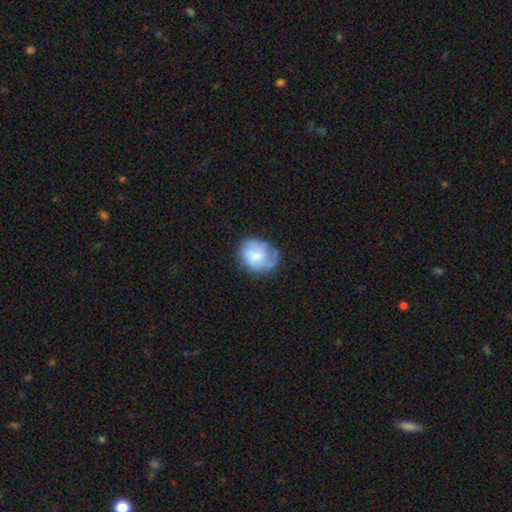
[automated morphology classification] smooth-or-featured: smooth: 59% | featured or disk: 34% | star or artifact: 7%
  how-rounded: round: 51% | in between: 48% | cigar-shaped: 1%
  merging: none: 55% | minor disturbance: 29% | major disturbance: 15% | merger: 2%